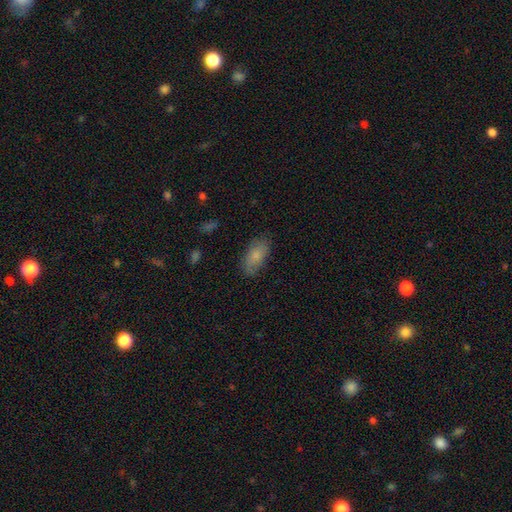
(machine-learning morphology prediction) smooth-or-featured: smooth: 80% | featured or disk: 13% | star or artifact: 7%
  how-rounded: in between: 90% | cigar-shaped: 7% | round: 3%
  merging: none: 76% | minor disturbance: 19% | major disturbance: 4% | merger: 1%